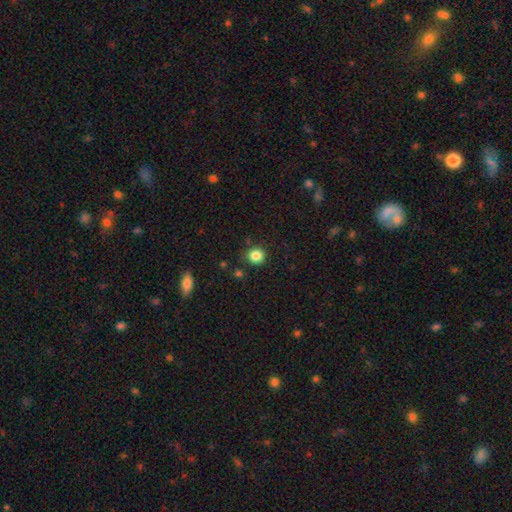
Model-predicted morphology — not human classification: Overall: smooth (85%). How rounded: round (86%). Merging: none (85%).